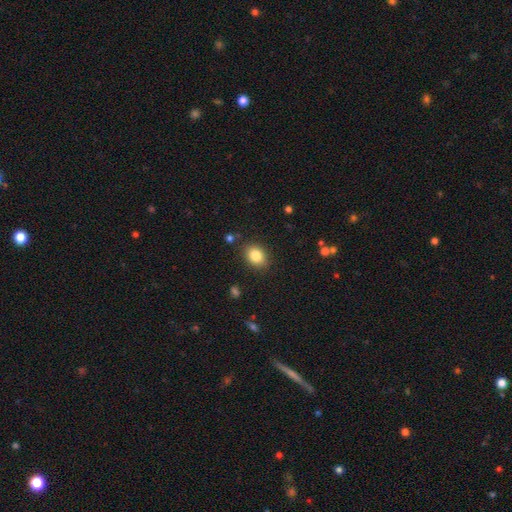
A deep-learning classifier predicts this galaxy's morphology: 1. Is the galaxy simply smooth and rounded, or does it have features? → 84% smooth, 9% star or artifact, 7% featured or disk.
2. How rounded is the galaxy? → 61% in between, 38% round, 1% cigar-shaped.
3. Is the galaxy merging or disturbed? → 86% none, 9% minor disturbance, 3% major disturbance, 2% merger.